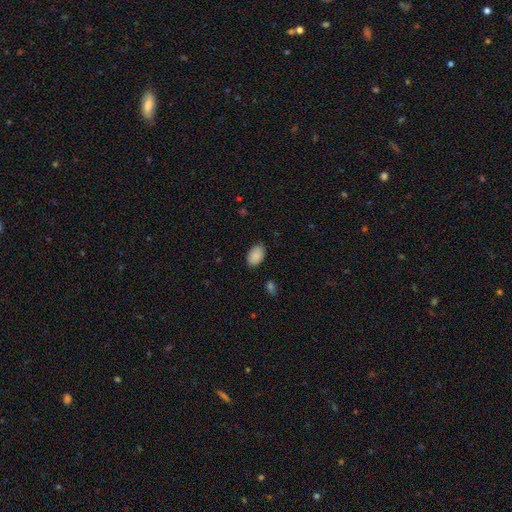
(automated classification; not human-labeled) This appears to be a smooth galaxy with no disk features (89%) that is in between round and cigar-shaped (91%). Merging: none (86%).